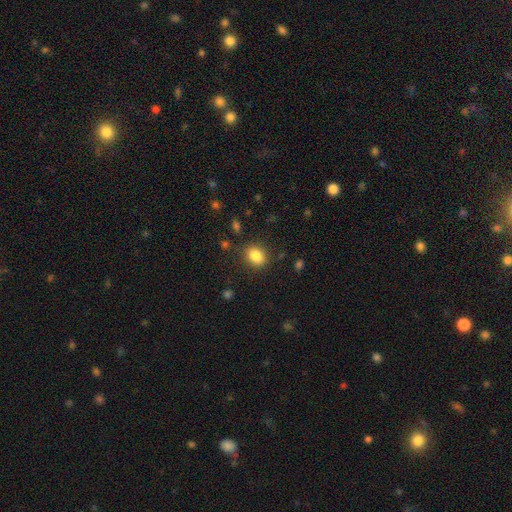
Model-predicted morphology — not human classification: smooth_or_featured: smooth (p=0.85) [alt: star or artifact p=0.10]
how_rounded: in between (p=0.54) [alt: round p=0.45]
merging: none (p=0.85) [alt: minor disturbance p=0.10]